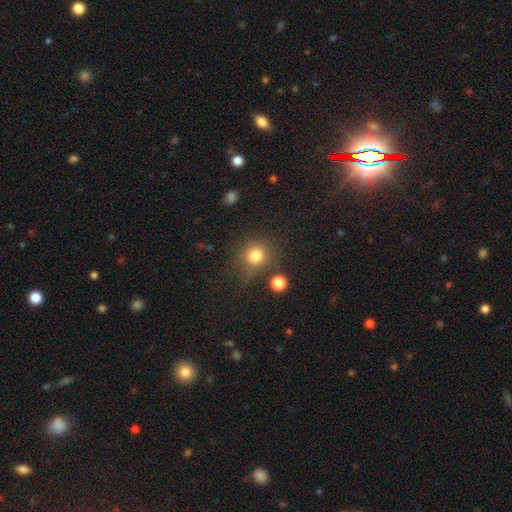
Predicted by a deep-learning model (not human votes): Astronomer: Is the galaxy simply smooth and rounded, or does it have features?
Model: smooth — 80%.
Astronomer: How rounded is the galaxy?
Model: round — 87%.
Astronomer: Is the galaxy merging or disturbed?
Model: none — 70%.